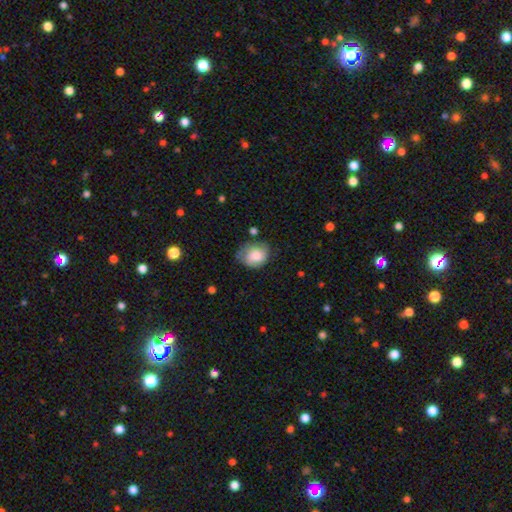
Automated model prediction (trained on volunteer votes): The model was most divided on "how rounded": round: 57%, in between: 43%, cigar-shaped: 1%. More confident: smooth or featured — smooth (73%); merging — none (51%).